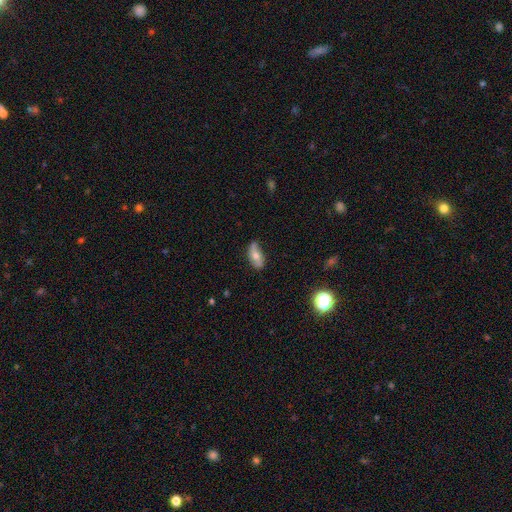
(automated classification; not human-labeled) Q: Smooth or featured?
A: smooth (54%); runner-up: featured or disk (38%)
Q: How rounded?
A: in between (83%); runner-up: cigar-shaped (13%)
Q: Merging?
A: none (70%); runner-up: minor disturbance (24%)